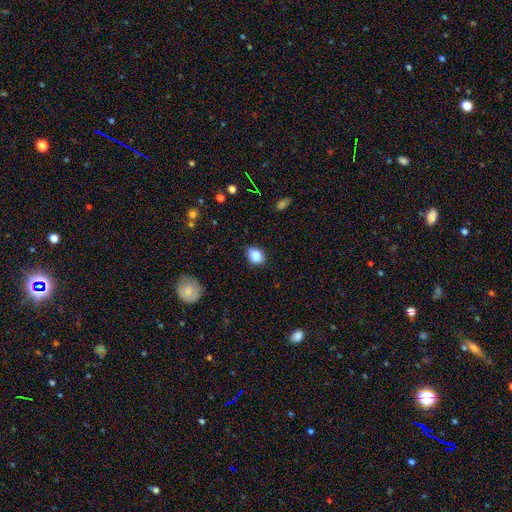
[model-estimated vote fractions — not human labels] smooth 87%, star or artifact 8%, featured or disk 5%. Down the decision tree: how rounded — in between (68%); merging — none (85%).